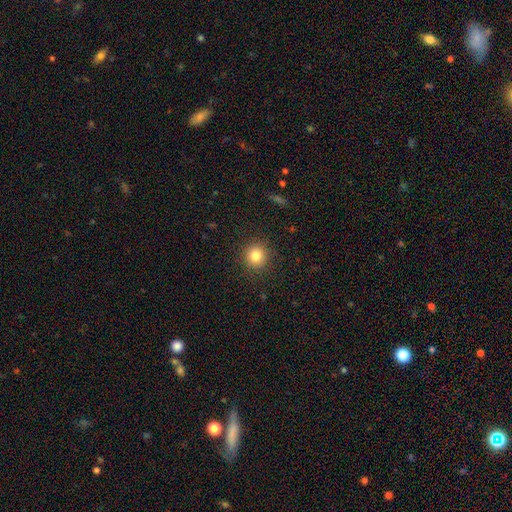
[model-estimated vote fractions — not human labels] This appears to be a smooth galaxy with no disk features (82%) that is round (94%). Merging: none (91%).